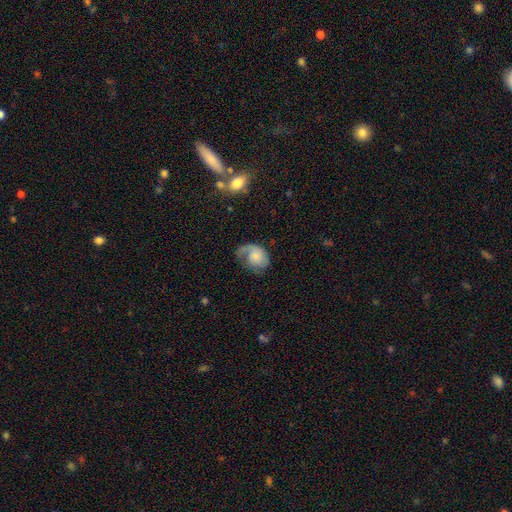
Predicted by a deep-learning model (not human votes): smooth_or_featured: featured or disk (p=0.53) [alt: smooth p=0.40]
disk_edge_on: no (p=0.97) [alt: yes p=0.03]
bar: no (p=0.78) [alt: weak p=0.20]
has_spiral_arms: yes (p=0.86) [alt: no p=0.14]
bulge_size: small (p=0.31) [alt: moderate p=0.29]
merging: none (p=0.39) [alt: major disturbance p=0.32]